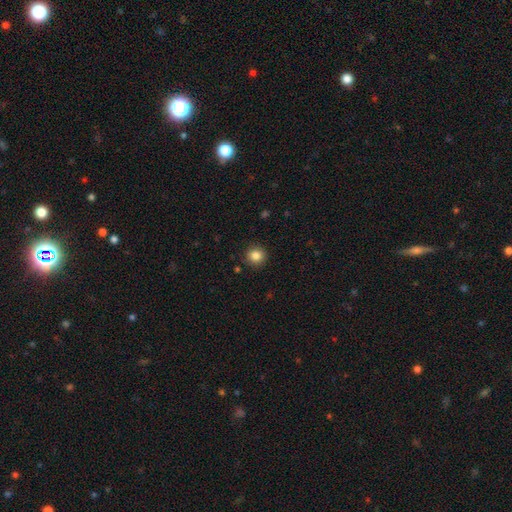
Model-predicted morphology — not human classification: A smooth galaxy with no disk features (84%) that is round (93%).

Vote fractions:
- Smooth or featured? smooth: 84% / star or artifact: 11% / featured or disk: 5%
- How rounded? round: 93% / in between: 6% / cigar-shaped: 1%
- Merging? none: 91% / minor disturbance: 6% / major disturbance: 2% / merger: 1%